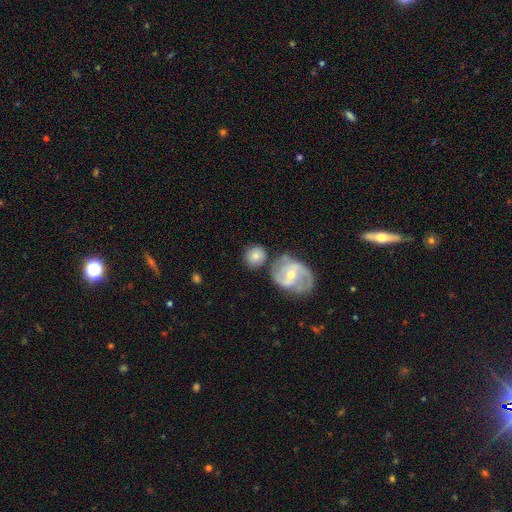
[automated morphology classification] Q: Smooth or featured?
A: smooth (63%); runner-up: featured or disk (31%)
Q: How rounded?
A: round (81%); runner-up: in between (18%)
Q: Merging?
A: none (67%); runner-up: merger (16%)